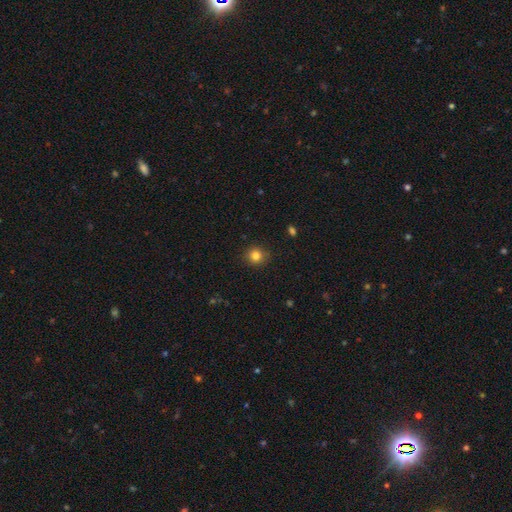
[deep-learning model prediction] Q: Smooth or featured?
A: smooth (83%); runner-up: star or artifact (12%)
Q: How rounded?
A: round (87%); runner-up: in between (12%)
Q: Merging?
A: none (88%); runner-up: minor disturbance (9%)